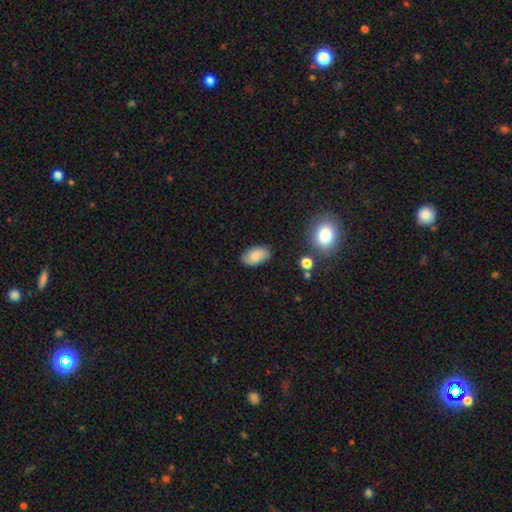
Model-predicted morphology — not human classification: Smooth or featured? Predicted: smooth (p=0.78). How rounded? Predicted: in between (p=0.93). Merging? Predicted: none (p=0.83).